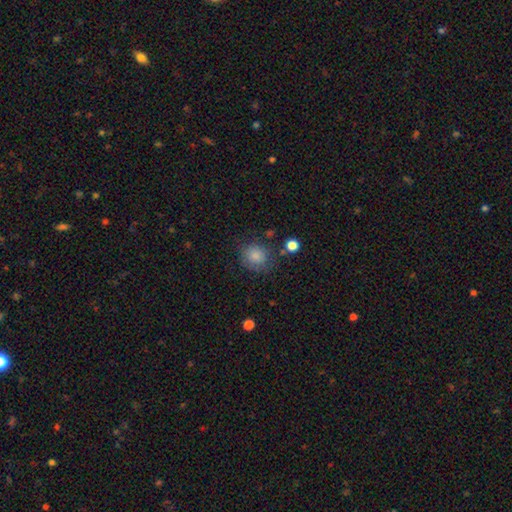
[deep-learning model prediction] Smooth or featured? Predicted: smooth (p=0.85). How rounded? Predicted: round (p=0.81). Merging? Predicted: none (p=0.73).